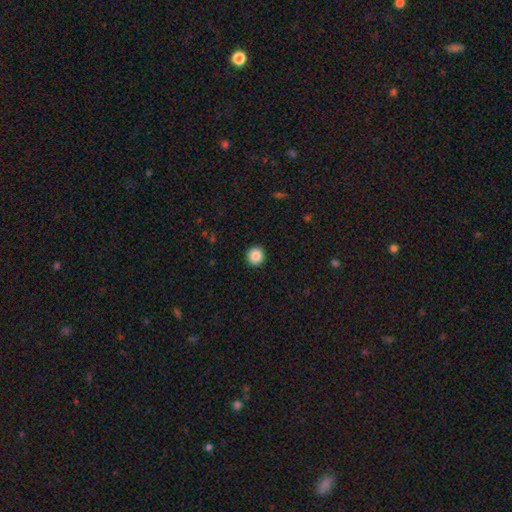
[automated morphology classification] type=smooth (87%); roundness=round (93%); merging=none (93%).